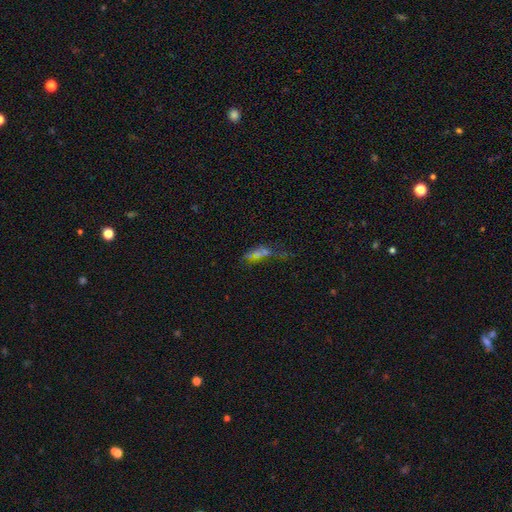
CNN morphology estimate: Q: Smooth or featured?
A: smooth (37%); runner-up: star or artifact (32%)
Q: Merging?
A: merger (35%); runner-up: none (28%)